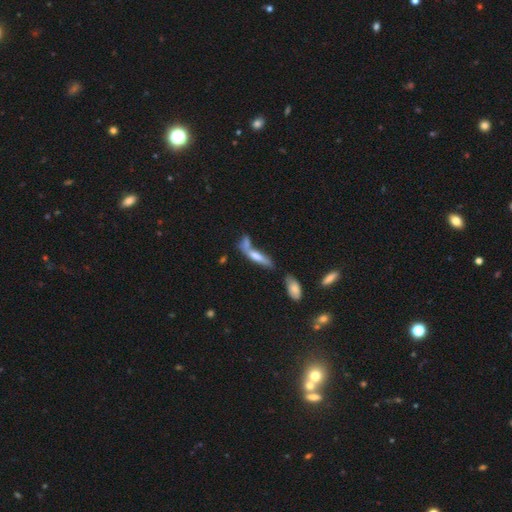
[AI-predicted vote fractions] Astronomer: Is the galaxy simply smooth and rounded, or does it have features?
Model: featured or disk — 47% (runner-up: smooth, 43%).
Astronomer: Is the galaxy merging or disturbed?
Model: none — 38% (runner-up: merger, 33%).